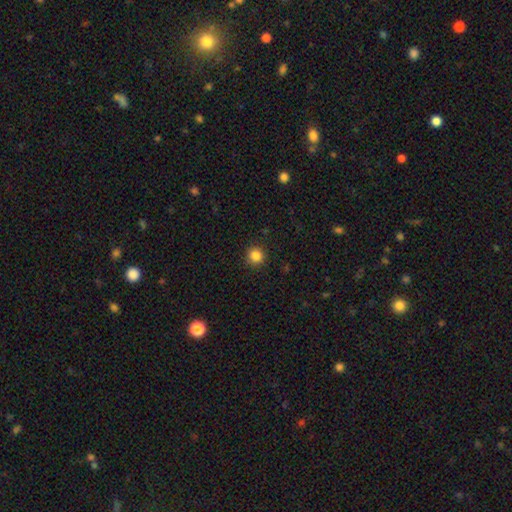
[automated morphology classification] Smooth or featured: smooth — 85% (star or artifact — 11%)
How rounded: round — 94% (in between — 5%)
Merging: none — 91% (minor disturbance — 6%)